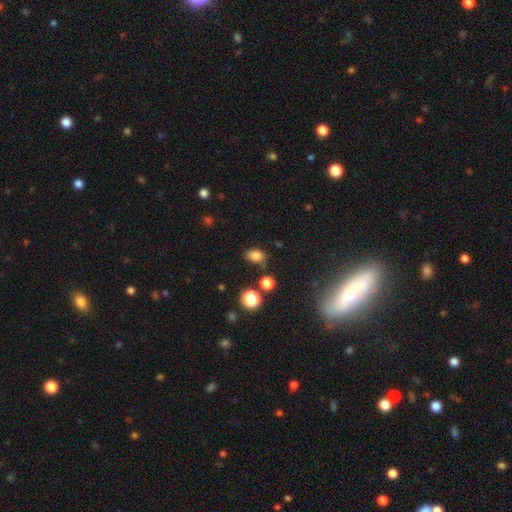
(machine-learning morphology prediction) A smooth galaxy with no disk features (81%) that is in between round and cigar-shaped (79%).

Vote fractions:
- Smooth or featured? smooth: 81% / star or artifact: 13% / featured or disk: 6%
- How rounded? in between: 79% / round: 20% / cigar-shaped: 1%
- Merging? none: 75% / minor disturbance: 16% / merger: 5% / major disturbance: 4%